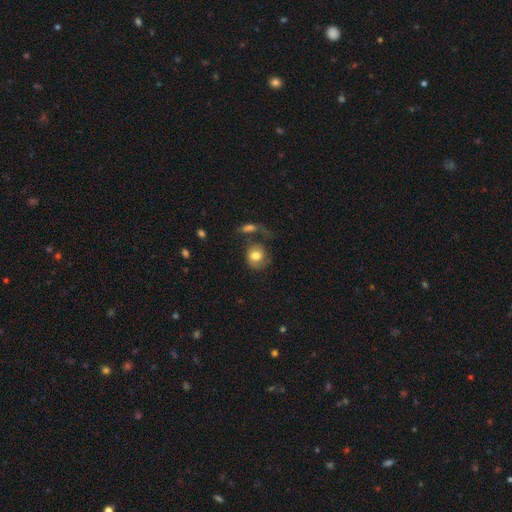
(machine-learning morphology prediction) This is likely a smooth galaxy (73%). How rounded: likely round (74%). Merging: possibly none (48%).